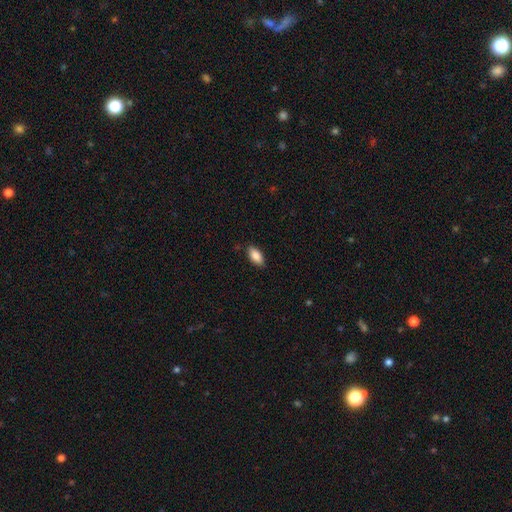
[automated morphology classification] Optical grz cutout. It shows a smooth galaxy with no disk features (87%) that is in between round and cigar-shaped (90%). Merging: none (85%).